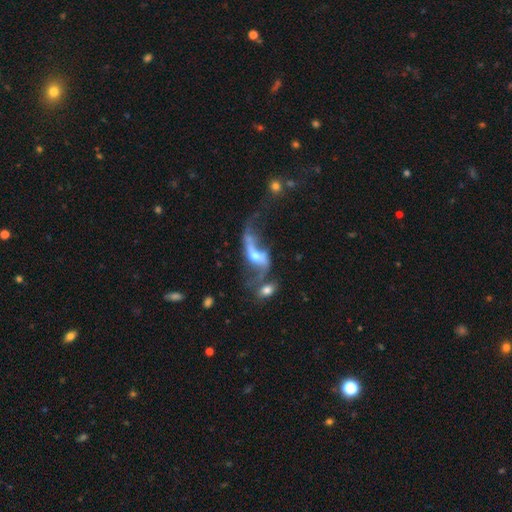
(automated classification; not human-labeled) Smooth or featured?
  - featured or disk: 70% *
  - smooth: 20%
  - star or artifact: 9%
Edge-on disk?
  - no: 88% *
  - yes: 12%
Bar?
  - no: 44% *
  - weak: 36%
  - strong: 19%
Spiral arms?
  - yes: 74% *
  - no: 26%
Bulge size?
  - moderate: 52% *
  - small: 25%
  - large: 12%
  - none: 8%
  - dominant: 2%
Merging?
  - merger: 41% *
  - major disturbance: 29%
  - none: 19%
  - minor disturbance: 11%